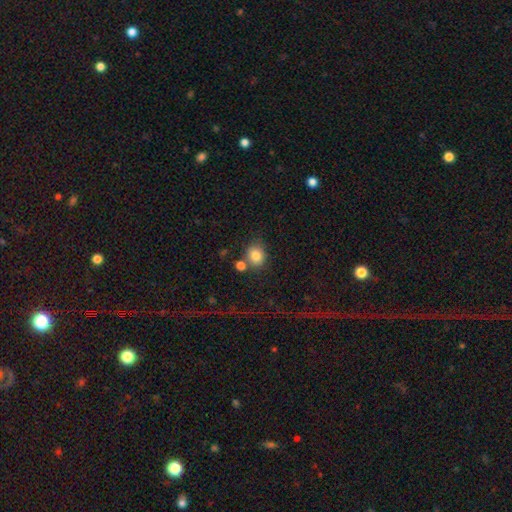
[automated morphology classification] smooth_or_featured: smooth (p=0.82) [alt: star or artifact p=0.11]
how_rounded: round (p=0.64) [alt: in between p=0.35]
merging: none (p=0.65) [alt: merger p=0.17]